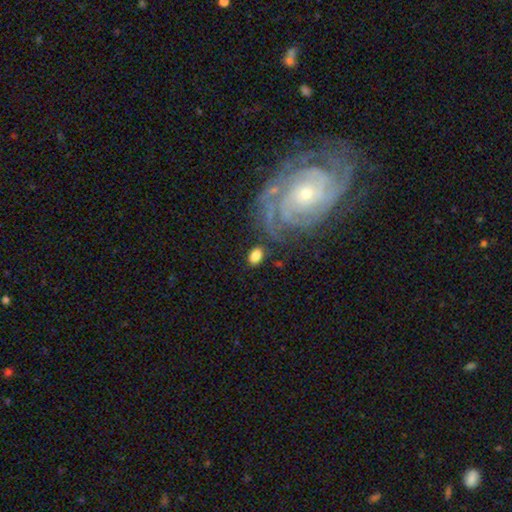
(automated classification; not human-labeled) Morphology: type=smooth (79%); roundness=in between (81%); merging=none (77%).